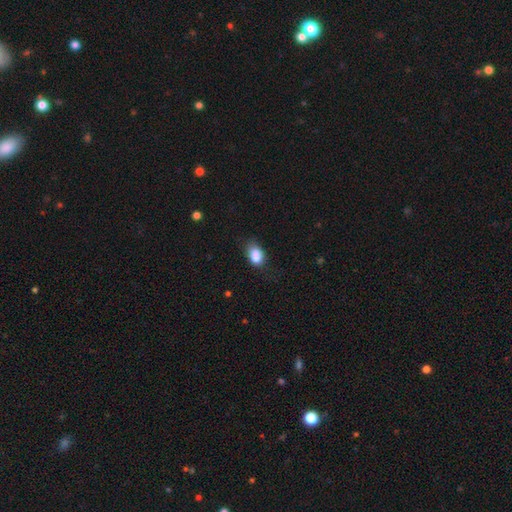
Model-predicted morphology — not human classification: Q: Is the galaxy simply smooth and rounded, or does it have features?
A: smooth — 86%.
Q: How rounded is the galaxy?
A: in between — 84%.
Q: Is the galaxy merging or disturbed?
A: none — 62%.